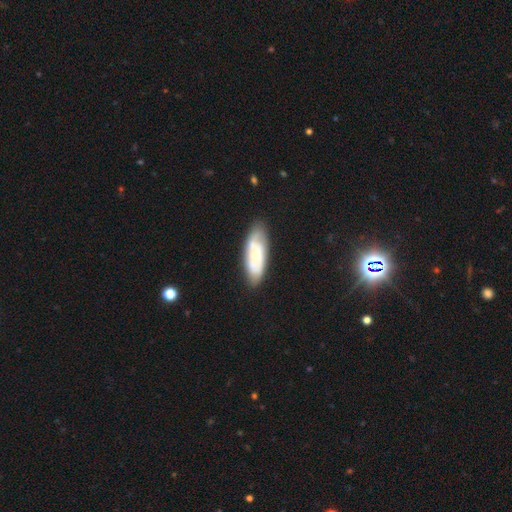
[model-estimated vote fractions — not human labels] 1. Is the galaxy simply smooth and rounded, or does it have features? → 52% featured or disk, 41% smooth, 7% star or artifact.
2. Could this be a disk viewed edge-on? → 86% no, 14% yes.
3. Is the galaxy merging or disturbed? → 76% none, 17% minor disturbance, 5% major disturbance, 2% merger.